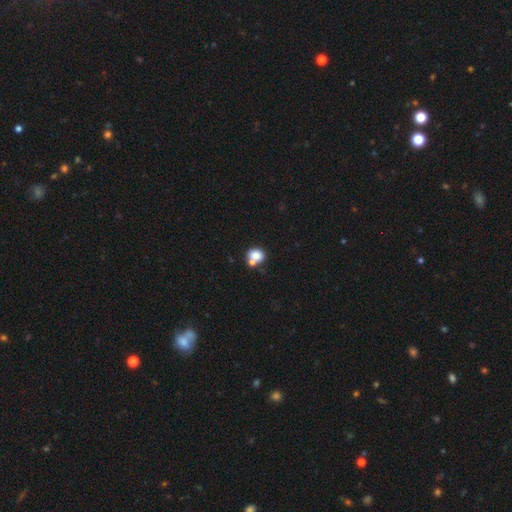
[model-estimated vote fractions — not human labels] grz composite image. It shows a smooth galaxy with no disk features (78%) that is round (61%). Merging: merger (43%).